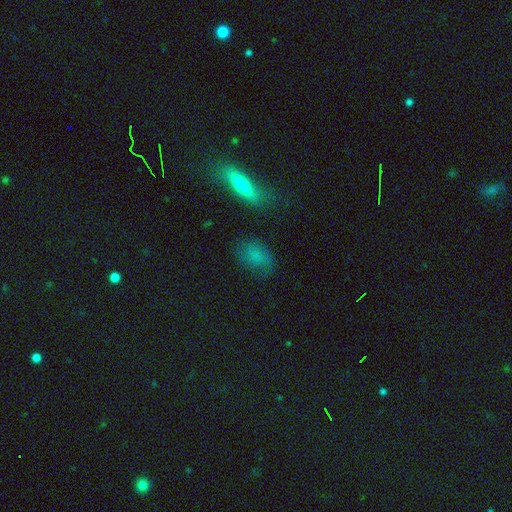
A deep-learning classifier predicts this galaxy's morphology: type=smooth (70%); roundness=in between (75%); merging=none (68%).